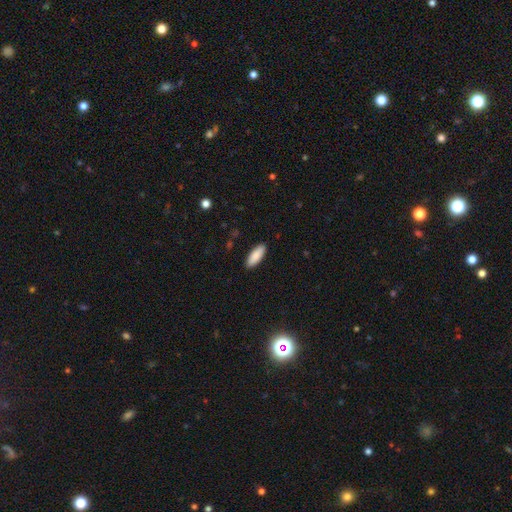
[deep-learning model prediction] A smooth galaxy with no disk features (89%) that is in between round and cigar-shaped (71%). Merging: none (90%).